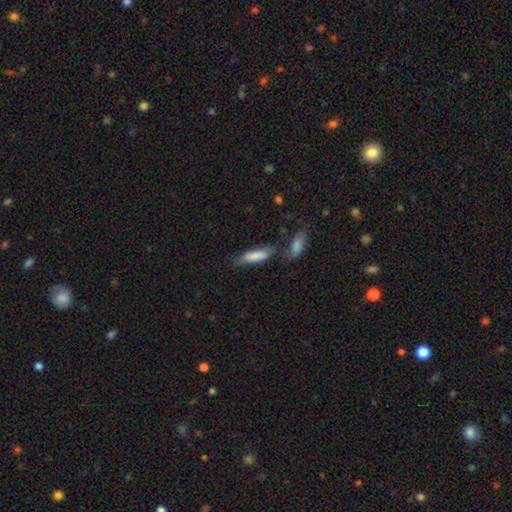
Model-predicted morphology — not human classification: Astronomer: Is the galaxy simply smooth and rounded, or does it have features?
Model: smooth — 81%.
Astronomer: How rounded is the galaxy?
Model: cigar-shaped — 56% (runner-up: in between, 42%).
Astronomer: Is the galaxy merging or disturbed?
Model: none — 57%.